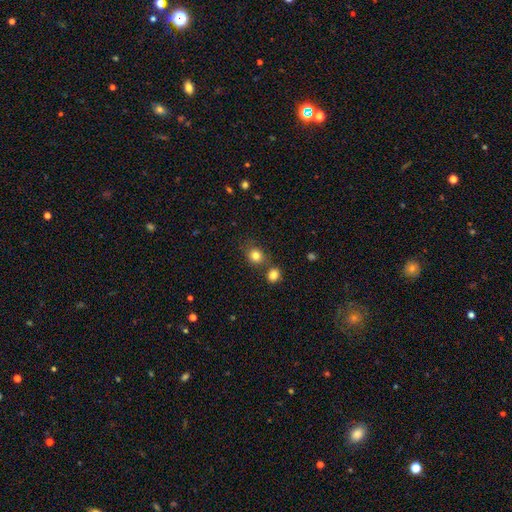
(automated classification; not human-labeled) A smooth galaxy with no disk features (82%) that is round (78%).

Vote fractions:
- Smooth or featured? smooth: 82% / star or artifact: 12% / featured or disk: 6%
- How rounded? round: 78% / in between: 21% / cigar-shaped: 1%
- Merging? none: 69% / merger: 17% / minor disturbance: 11% / major disturbance: 3%